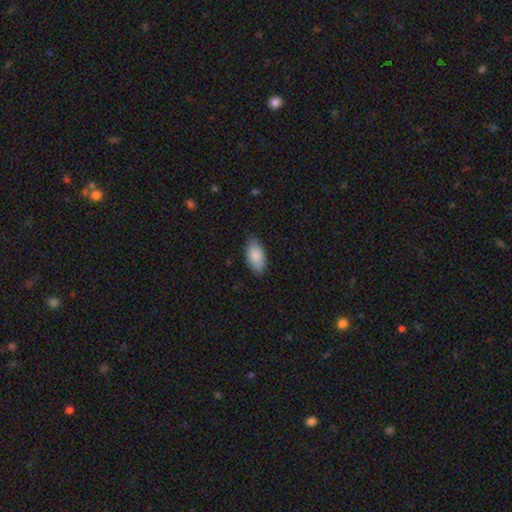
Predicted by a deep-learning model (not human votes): smooth 86%, featured or disk 8%, star or artifact 6%. Down the decision tree: how rounded — in between (94%); merging — none (80%).